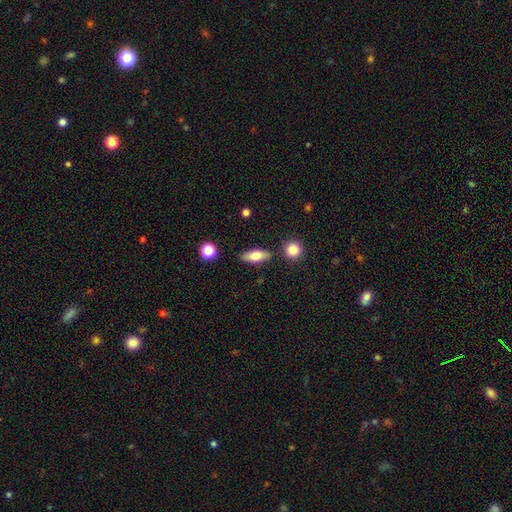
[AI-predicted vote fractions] Morphology: type=smooth (77%); roundness=in between (76%); merging=none (82%).